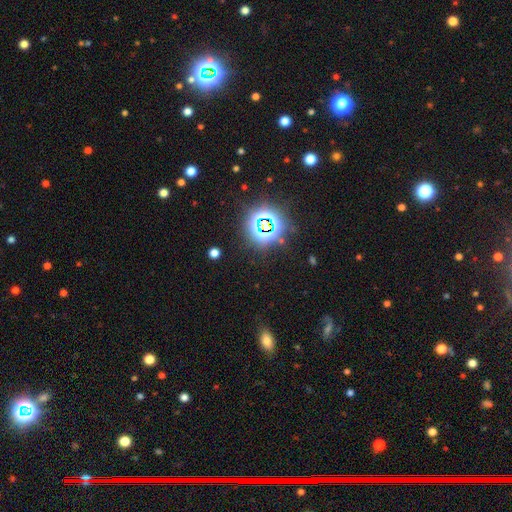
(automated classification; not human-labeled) Overall: star or artifact (81%).